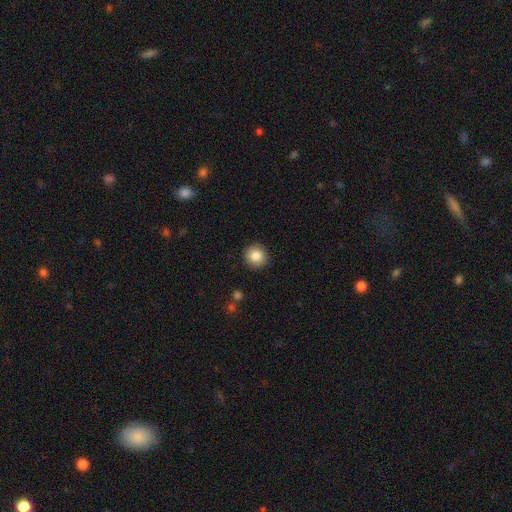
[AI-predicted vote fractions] A smooth galaxy with no disk features (85%) that is round (93%). Merging: none (91%).